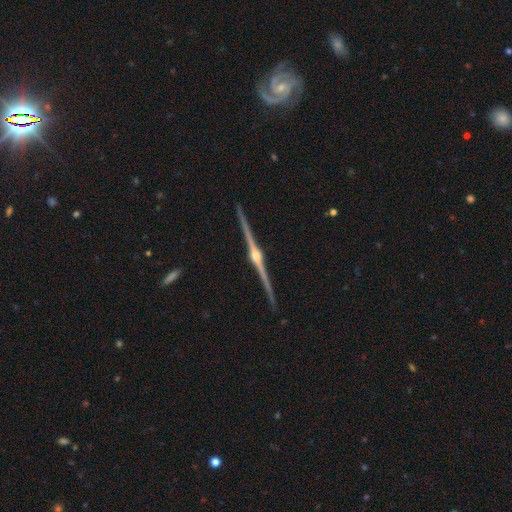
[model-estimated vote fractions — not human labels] Smooth or featured? featured or disk (93%)
Edge-on disk? yes (99%)
Edge-on bulge? rounded (95%)
Merging? none (93%)